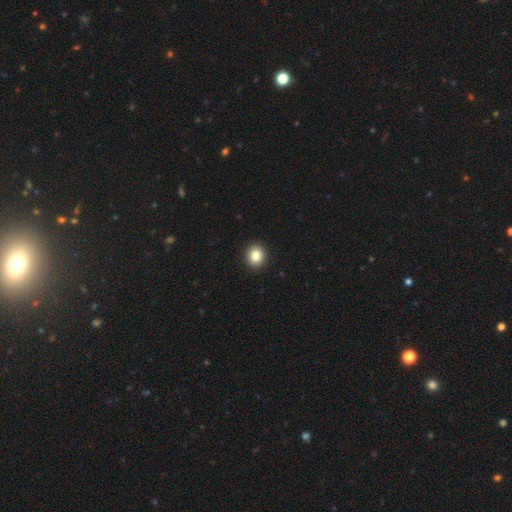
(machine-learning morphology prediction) type=smooth (85%); roundness=round (70%); merging=none (93%).